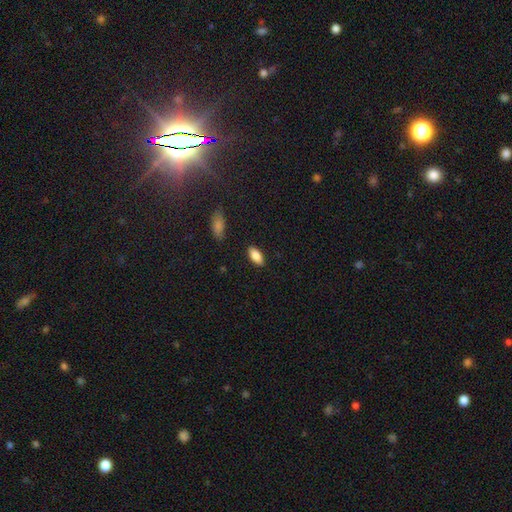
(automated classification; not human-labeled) Smooth or featured: smooth — 86% (featured or disk — 7%)
How rounded: in between — 89% (cigar-shaped — 9%)
Merging: none — 88% (minor disturbance — 9%)